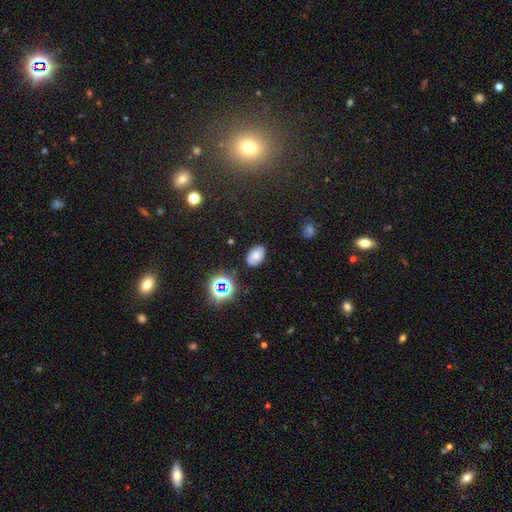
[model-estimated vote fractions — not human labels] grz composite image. It shows a smooth galaxy with no disk features (70%) that is in between round and cigar-shaped (86%). Merging: none (81%).